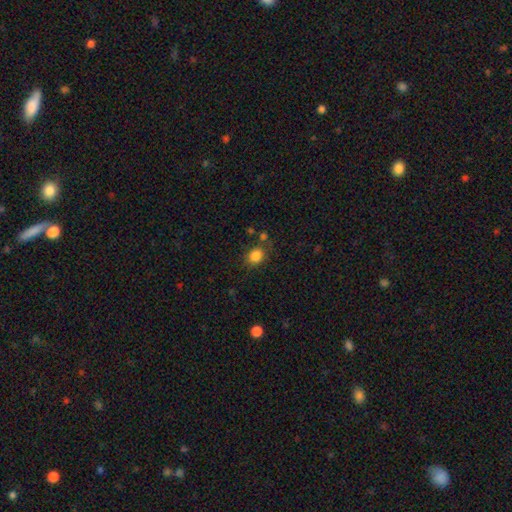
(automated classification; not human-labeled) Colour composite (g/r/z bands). It shows a smooth galaxy with no disk features (85%) that is round (59%). Merging: none (73%).